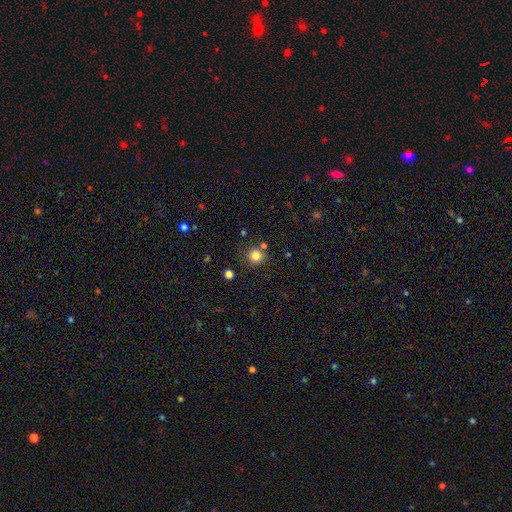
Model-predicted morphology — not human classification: smooth_or_featured: smooth (p=0.82) [alt: star or artifact p=0.13]
how_rounded: round (p=0.91) [alt: in between p=0.08]
merging: none (p=0.78) [alt: minor disturbance p=0.11]